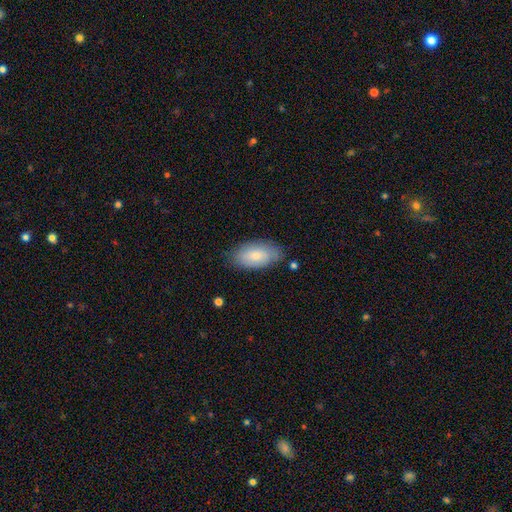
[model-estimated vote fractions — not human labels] A smooth galaxy with no disk features (76%) that is in between round and cigar-shaped (94%). Merging: none (76%).